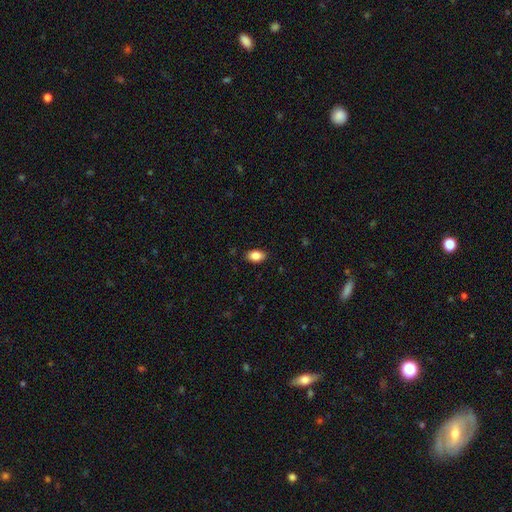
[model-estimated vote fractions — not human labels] The model was most divided on "merging": none: 87%, minor disturbance: 10%, major disturbance: 2%, merger: 1%. More confident: how rounded — in between (89%); smooth or featured — smooth (86%).